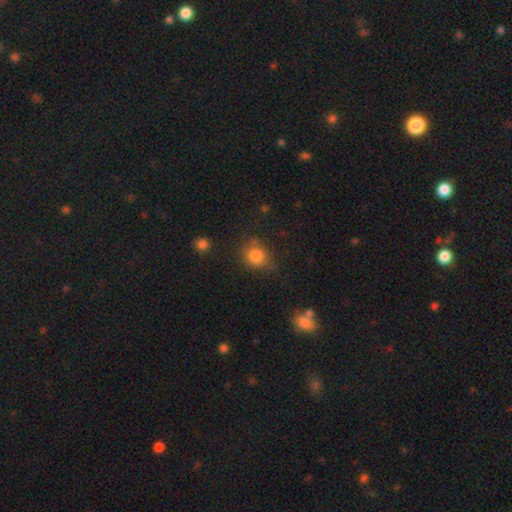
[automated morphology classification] Q: Smooth or featured?
A: smooth (83%); runner-up: star or artifact (11%)
Q: How rounded?
A: round (76%); runner-up: in between (23%)
Q: Merging?
A: none (73%); runner-up: minor disturbance (17%)